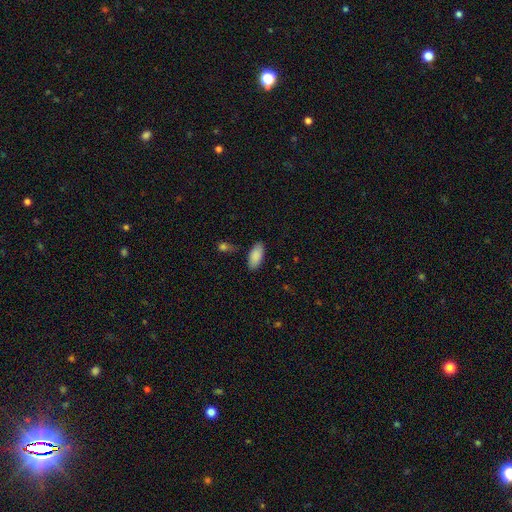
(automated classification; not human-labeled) A smooth galaxy with no disk features (88%) that is in between round and cigar-shaped (91%).

Vote fractions:
- Smooth or featured? smooth: 88% / star or artifact: 6% / featured or disk: 5%
- How rounded? in between: 91% / cigar-shaped: 8% / round: 2%
- Merging? none: 83% / minor disturbance: 11% / merger: 3% / major disturbance: 3%